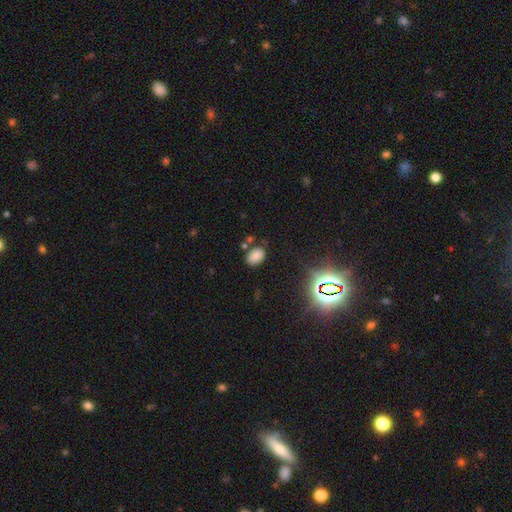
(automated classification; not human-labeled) Smooth or featured? smooth (77%)
How rounded? in between (83%)
Merging? none (76%)